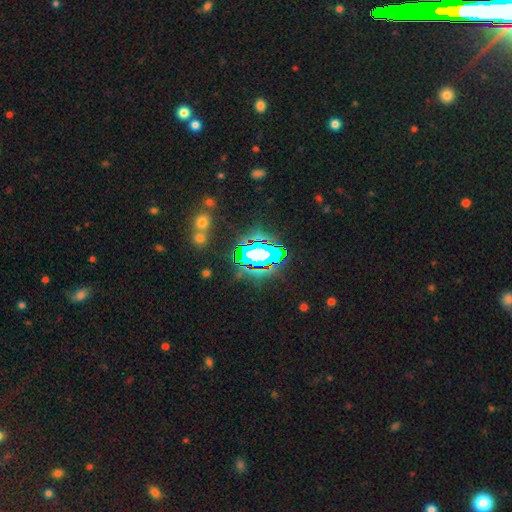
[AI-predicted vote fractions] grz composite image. It shows a star or artifact, not a galaxy (62%).